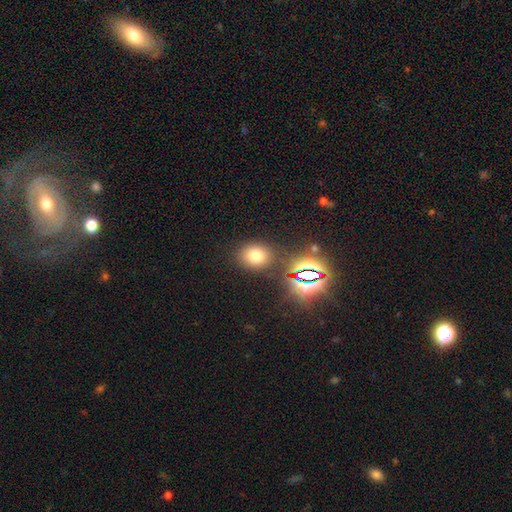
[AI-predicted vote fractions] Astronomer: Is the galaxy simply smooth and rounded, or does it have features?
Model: smooth — 71%.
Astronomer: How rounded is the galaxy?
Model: in between — 50% (runner-up: round, 49%).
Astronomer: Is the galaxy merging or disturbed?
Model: none — 81%.